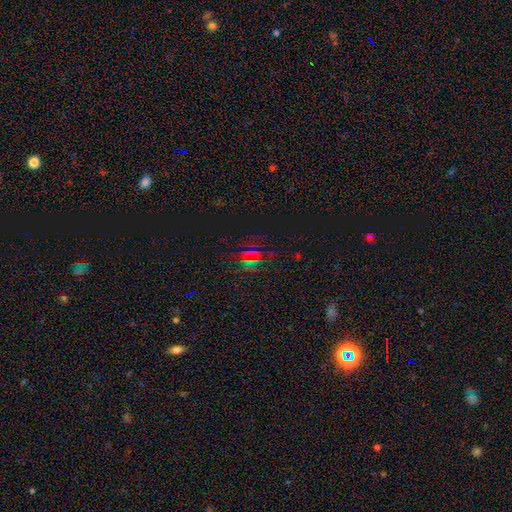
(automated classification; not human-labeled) Smooth or featured: star or artifact — 65% (smooth — 24%)